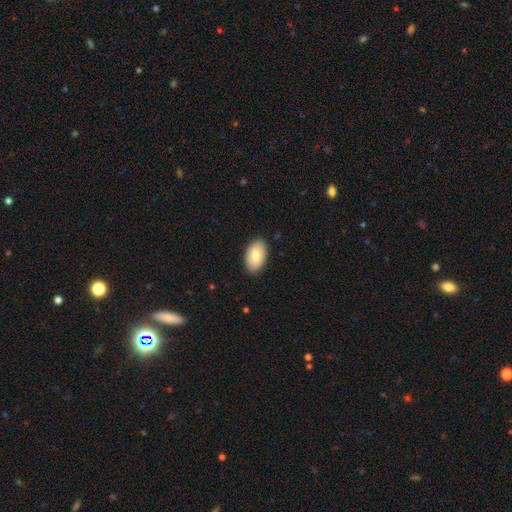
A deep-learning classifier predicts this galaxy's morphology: Q: Smooth or featured?
A: smooth (72%); runner-up: featured or disk (22%)
Q: How rounded?
A: in between (92%); runner-up: round (6%)
Q: Merging?
A: none (86%); runner-up: minor disturbance (11%)